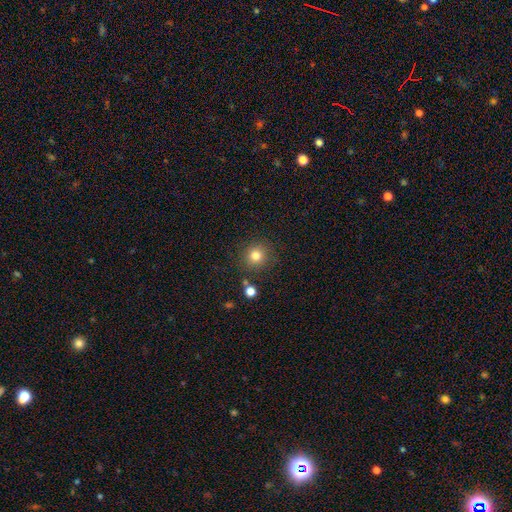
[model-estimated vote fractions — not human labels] Overall: smooth (80%). How rounded: round (91%). Merging: none (85%).